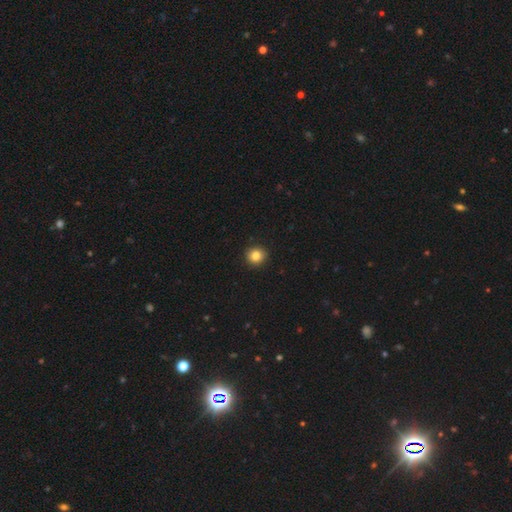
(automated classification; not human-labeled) This is clearly a smooth galaxy (84%). How rounded: clearly round (93%). Merging: clearly none (93%).